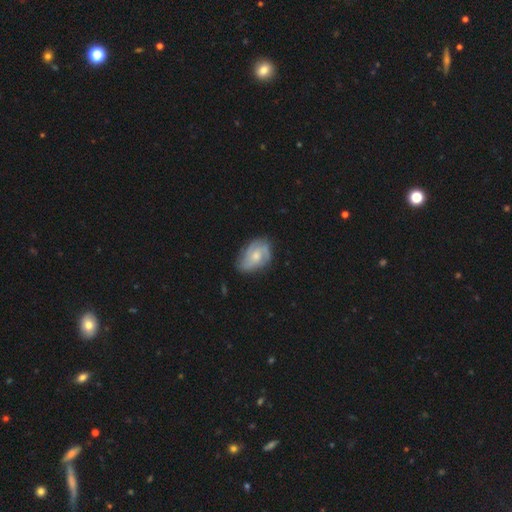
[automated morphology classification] Smooth or featured? featured or disk (67%)
Edge-on disk? no (97%)
Bar? no (64%)
Spiral arms? yes (91%)
Spiral winding? medium (44%)
Spiral arm count? 2 (37%)
Bulge size? moderate (56%)
Merging? none (68%)